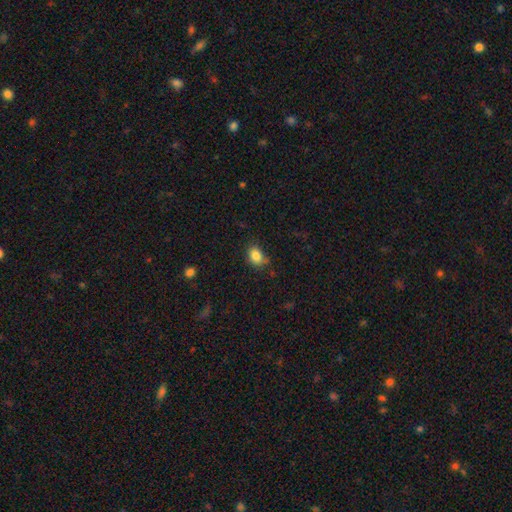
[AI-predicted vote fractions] Smooth or featured?
  - smooth: 84% *
  - star or artifact: 10%
  - featured or disk: 6%
How rounded?
  - in between: 65% *
  - round: 34%
  - cigar-shaped: 1%
Merging?
  - none: 63% *
  - minor disturbance: 27%
  - major disturbance: 6%
  - merger: 3%